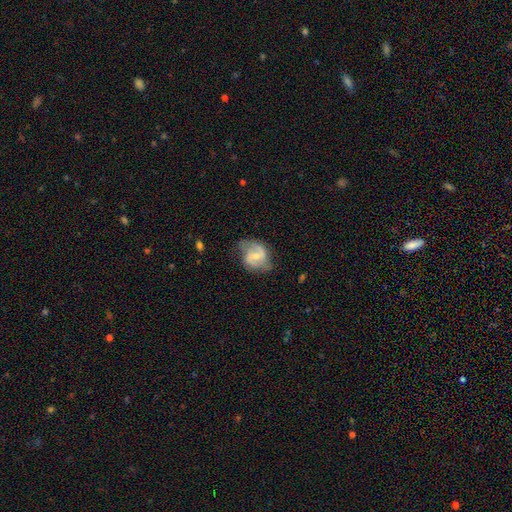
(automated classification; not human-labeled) smooth-or-featured: featured or disk: 74% | smooth: 20% | star or artifact: 6%
  disk-edge-on: no: 97% | yes: 3%
    bar: weak: 51% | no: 32% | strong: 17%
    has-spiral-arms: yes: 90% | no: 10%
      spiral-winding: medium: 51% | loose: 28% | tight: 22%
      spiral-arm-count: 2: 85% | can't tell: 8% | 1: 4% | 3: 2% | 4: 1% | more than 4: 1%
    bulge-size: small: 47% (tied) | moderate: 47% (tied) | none: 3% | large: 2% | dominant: 1%
  merging: none: 60% | minor disturbance: 27% | major disturbance: 12% | merger: 2%